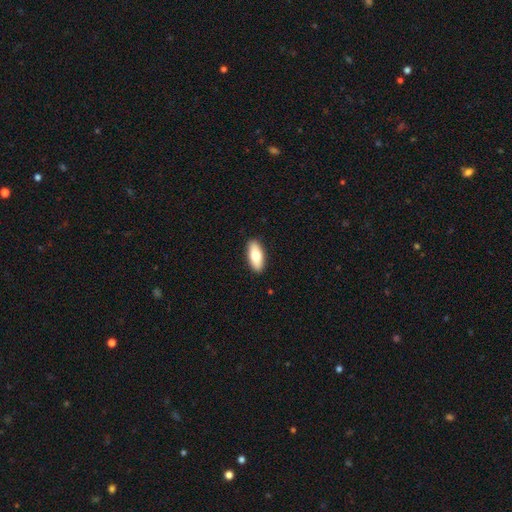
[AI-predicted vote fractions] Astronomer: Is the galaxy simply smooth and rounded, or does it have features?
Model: smooth — 74%.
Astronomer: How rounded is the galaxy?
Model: in between — 81%.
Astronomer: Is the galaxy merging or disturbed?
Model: none — 90%.